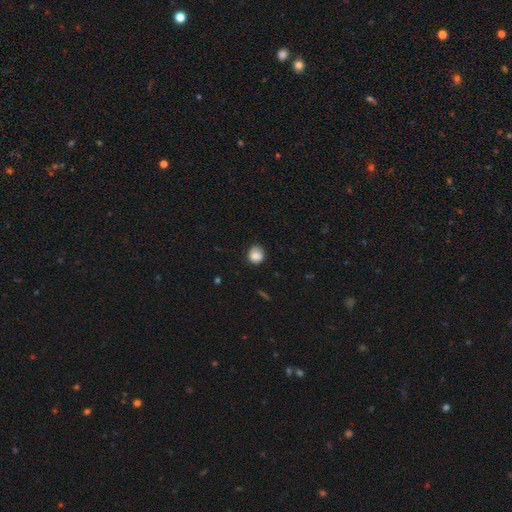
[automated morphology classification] type=smooth (85%); roundness=round (83%); merging=none (71%).